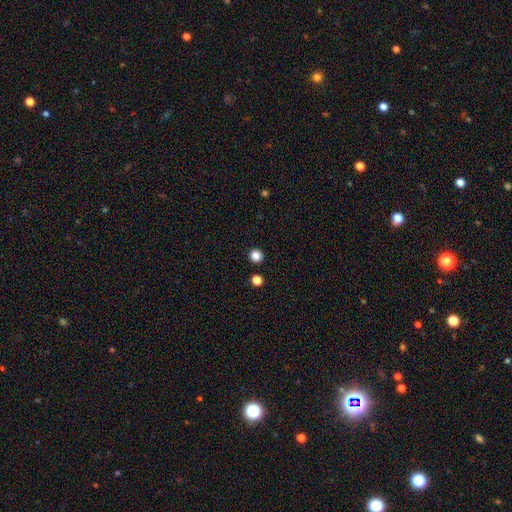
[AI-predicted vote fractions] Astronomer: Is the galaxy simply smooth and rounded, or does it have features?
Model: smooth — 85%.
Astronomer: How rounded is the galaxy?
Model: round — 95%.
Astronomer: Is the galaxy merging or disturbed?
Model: none — 92%.